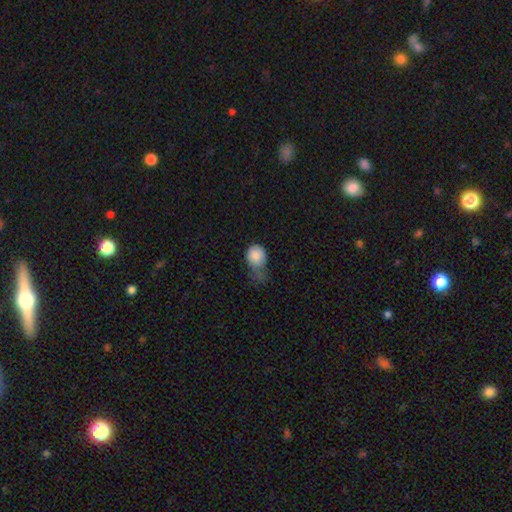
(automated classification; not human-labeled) The model was most divided on "merging": minor disturbance: 39%, major disturbance: 35%, none: 21%, merger: 5%. More confident: smooth or featured — smooth (85%); how rounded — round (60%).